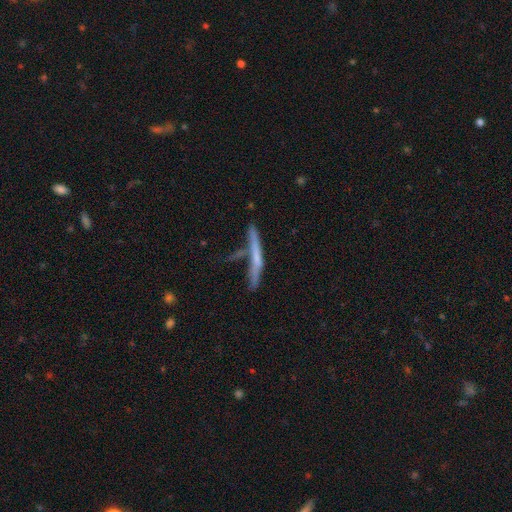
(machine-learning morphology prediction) The model was most divided on "smooth or featured": featured or disk: 47%, smooth: 44%, star or artifact: 8%. More confident: merging — none (55%).